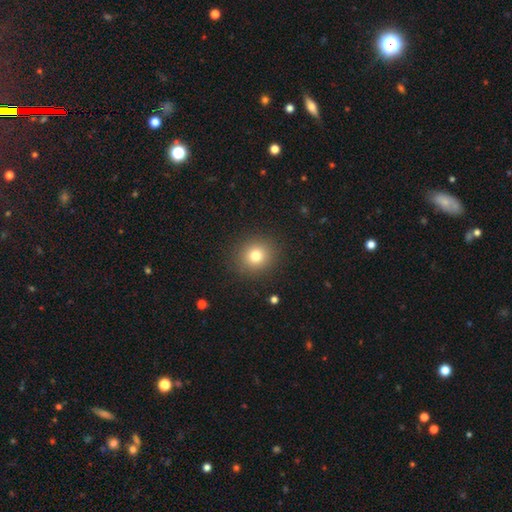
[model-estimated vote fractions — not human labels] Smooth or featured? smooth (79%)
How rounded? round (88%)
Merging? none (90%)